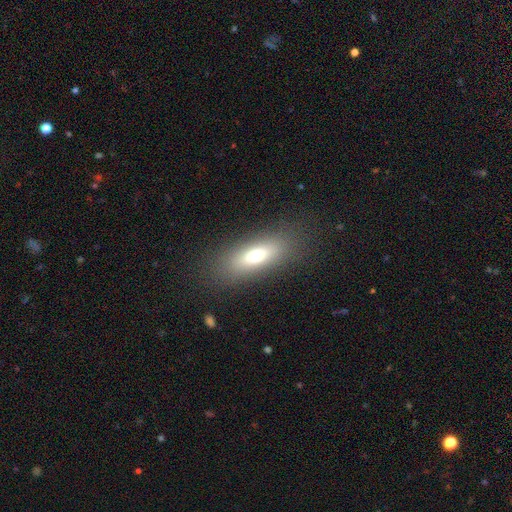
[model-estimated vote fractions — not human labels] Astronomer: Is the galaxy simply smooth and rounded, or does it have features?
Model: smooth — 67%.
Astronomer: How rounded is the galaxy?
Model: in between — 63%.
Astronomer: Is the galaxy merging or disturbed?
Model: none — 84%.